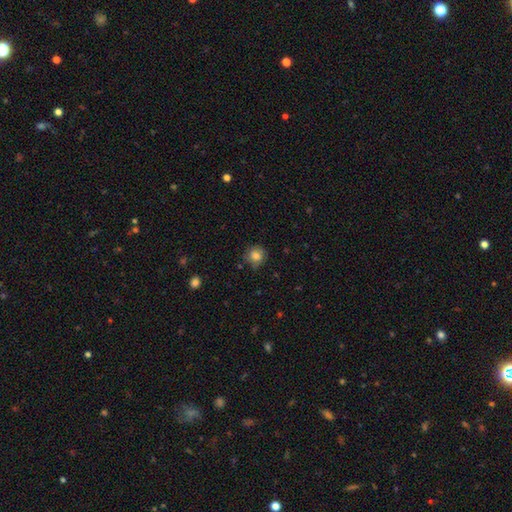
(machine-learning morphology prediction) A smooth galaxy with no disk features (83%) that is round (89%). Merging: none (78%).